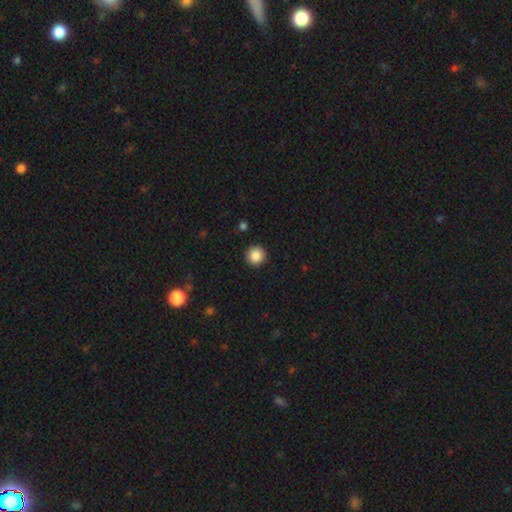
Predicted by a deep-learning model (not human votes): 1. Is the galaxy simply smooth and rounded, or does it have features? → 87% smooth, 9% star or artifact, 4% featured or disk.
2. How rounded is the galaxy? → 96% round, 3% in between, 1% cigar-shaped.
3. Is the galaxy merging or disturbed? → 93% none, 5% minor disturbance, 2% major disturbance, 1% merger.